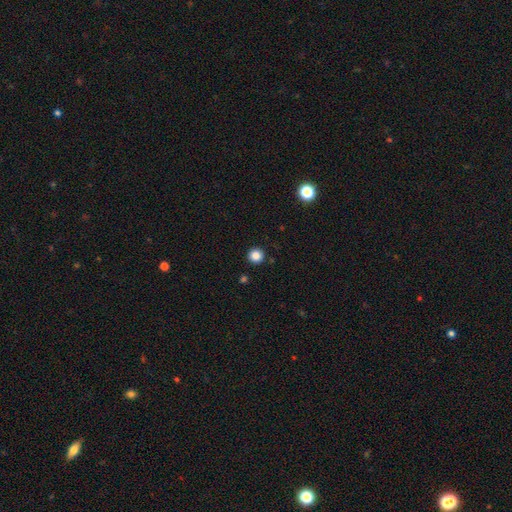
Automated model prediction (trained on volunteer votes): Overall: smooth (85%). How rounded: round (96%). Merging: none (92%).